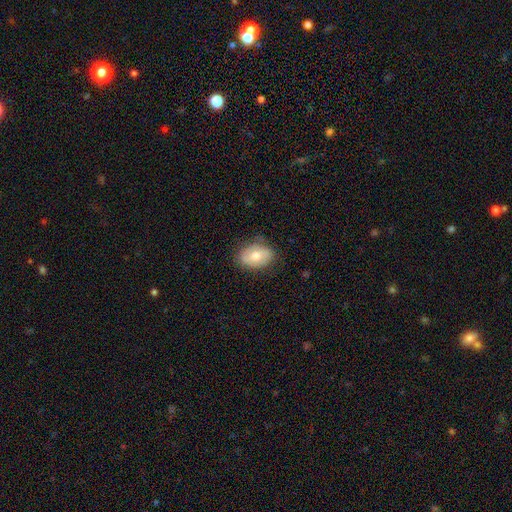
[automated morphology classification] type=smooth (63%); roundness=in between (84%); merging=none (77%).